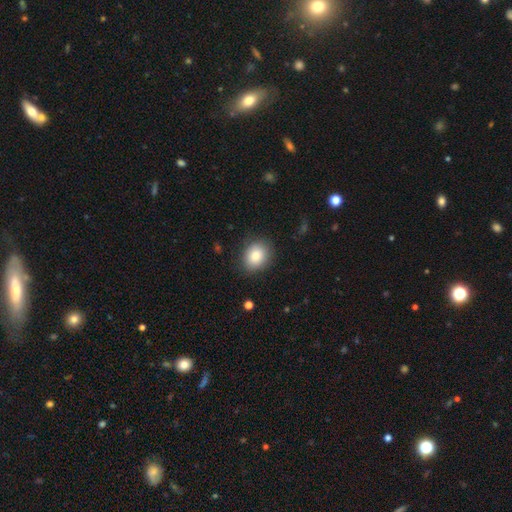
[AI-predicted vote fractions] The model was most divided on "how rounded": round: 53%, in between: 46%, cigar-shaped: 1%. More confident: merging — none (84%); smooth or featured — smooth (84%).